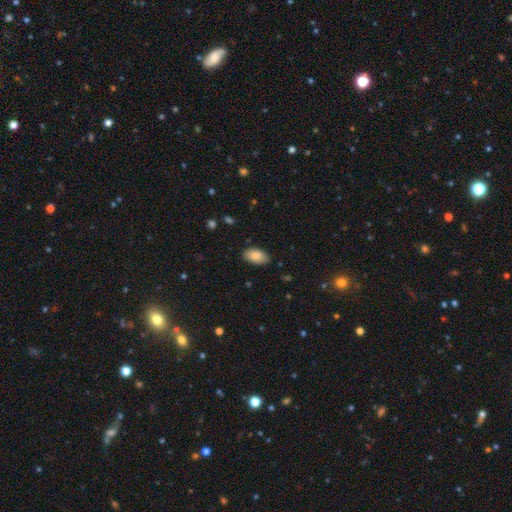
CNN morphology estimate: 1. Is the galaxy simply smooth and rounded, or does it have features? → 84% smooth, 9% featured or disk, 7% star or artifact.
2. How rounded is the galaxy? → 93% in between, 5% round, 2% cigar-shaped.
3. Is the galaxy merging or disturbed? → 82% none, 14% minor disturbance, 3% major disturbance, 1% merger.